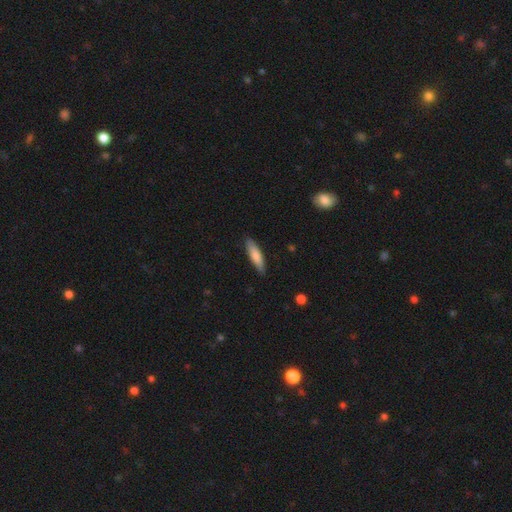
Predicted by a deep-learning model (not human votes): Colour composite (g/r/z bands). It shows a smooth galaxy with no disk features (75%) that is cigar-shaped (70%). Merging: none (87%).